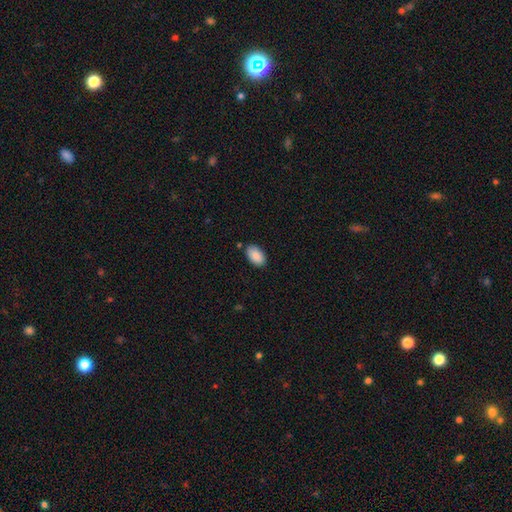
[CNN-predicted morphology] The model was most divided on "merging": none: 85%, minor disturbance: 11%, major disturbance: 2%, merger: 2%. More confident: how rounded — in between (94%); smooth or featured — smooth (89%).